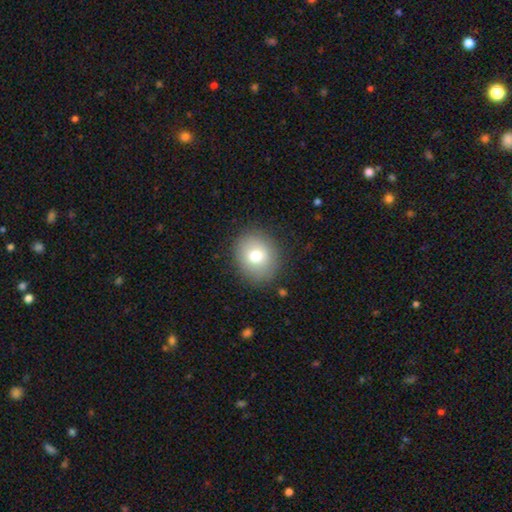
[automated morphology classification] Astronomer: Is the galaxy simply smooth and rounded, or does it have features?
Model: smooth — 75%.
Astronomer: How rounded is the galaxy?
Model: round — 75%.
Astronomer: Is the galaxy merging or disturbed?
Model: none — 85%.